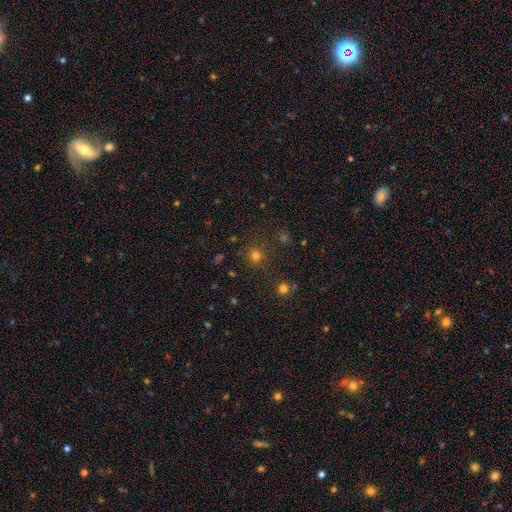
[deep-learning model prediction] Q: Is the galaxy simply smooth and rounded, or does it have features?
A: smooth — 74%.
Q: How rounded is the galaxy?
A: round — 92%.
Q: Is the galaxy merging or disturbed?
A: none — 85%.